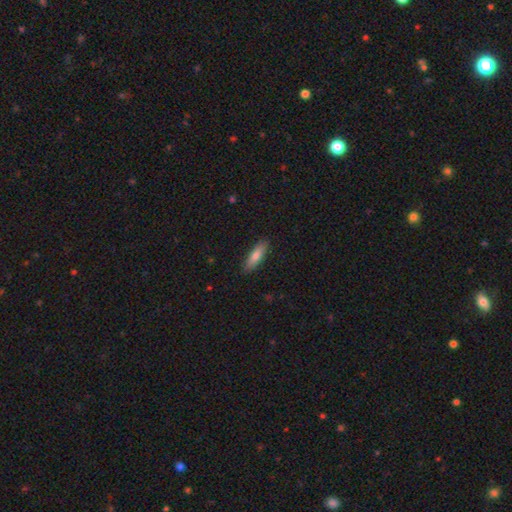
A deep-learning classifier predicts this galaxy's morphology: smooth_or_featured: smooth (p=0.79) [alt: featured or disk p=0.15]
how_rounded: cigar-shaped (p=0.58) [alt: in between p=0.40]
merging: none (p=0.88) [alt: minor disturbance p=0.09]